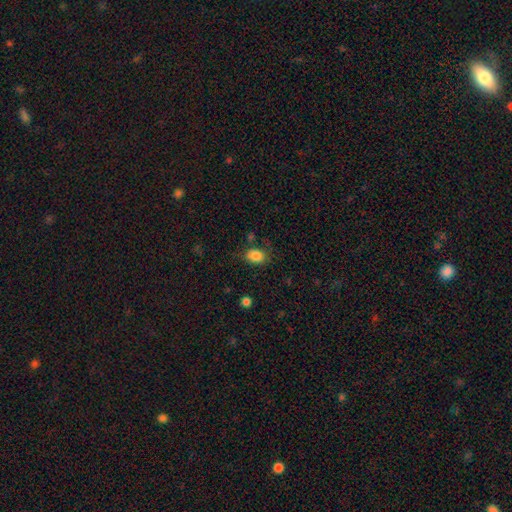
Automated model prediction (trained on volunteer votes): A smooth galaxy with no disk features (85%) that is in between round and cigar-shaped (70%). Merging: none (75%).